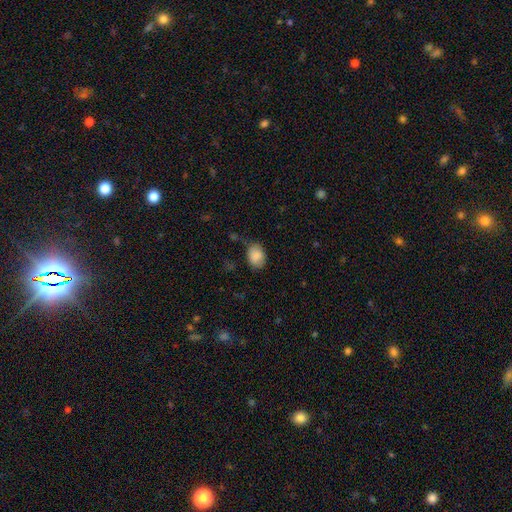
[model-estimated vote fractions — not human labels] This appears to be a smooth galaxy with no disk features (87%) that is in between round and cigar-shaped (72%). Merging: none (69%).